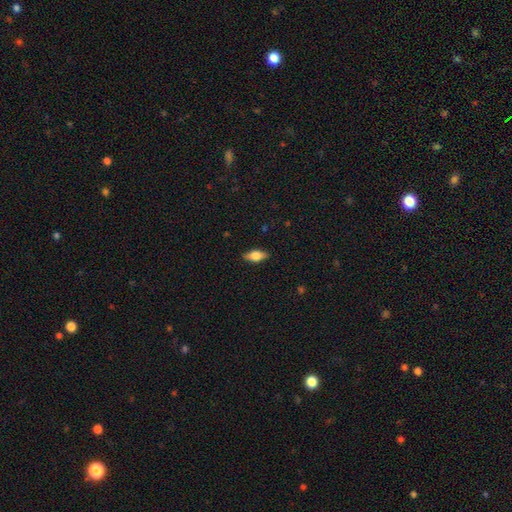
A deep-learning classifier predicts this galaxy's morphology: Smooth or featured?
  - smooth: 65% *
  - featured or disk: 28%
  - star or artifact: 7%
How rounded?
  - in between: 80% *
  - cigar-shaped: 16%
  - round: 4%
Merging?
  - none: 87% *
  - minor disturbance: 10%
  - major disturbance: 2%
  - merger: 1%